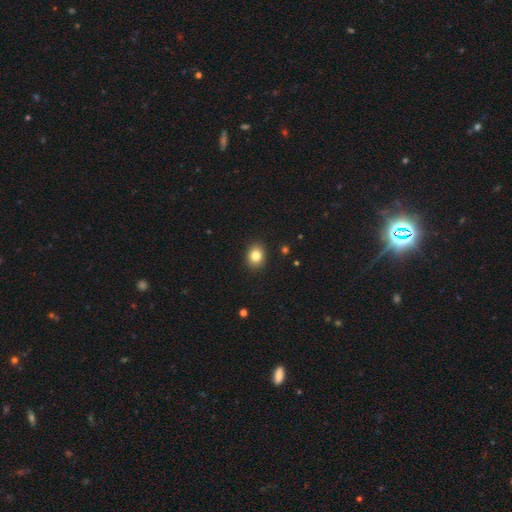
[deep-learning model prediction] Smooth or featured?
  - smooth: 83% *
  - star or artifact: 10%
  - featured or disk: 7%
How rounded?
  - round: 51% *
  - in between: 48%
  - cigar-shaped: 1%
Merging?
  - none: 90% *
  - minor disturbance: 7%
  - major disturbance: 2%
  - merger: 1%